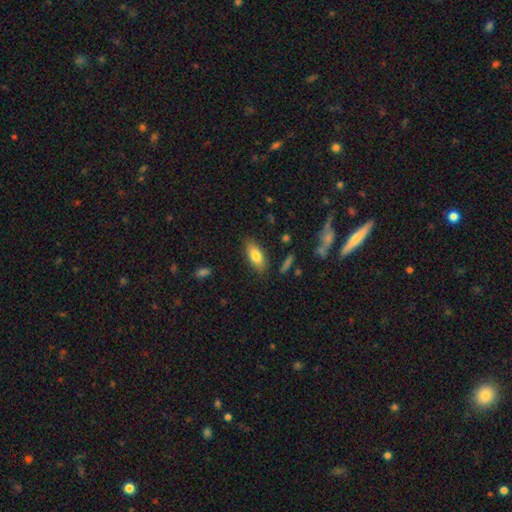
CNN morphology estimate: Smooth or featured: smooth — 79% (featured or disk — 15%)
How rounded: in between — 82% (cigar-shaped — 16%)
Merging: none — 84% (minor disturbance — 11%)